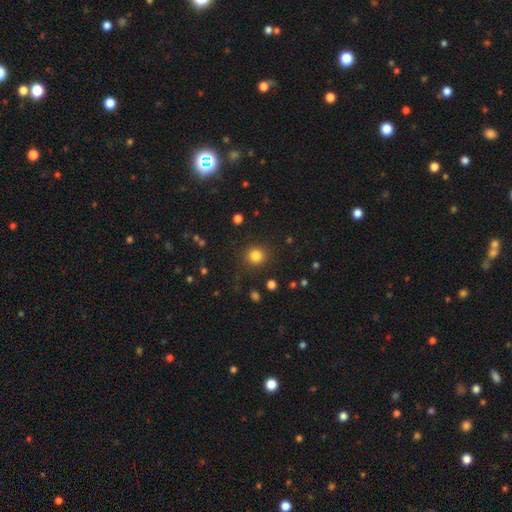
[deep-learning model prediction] smooth 82%, star or artifact 13%, featured or disk 5%. Down the decision tree: how rounded — round (91%); merging — none (88%).